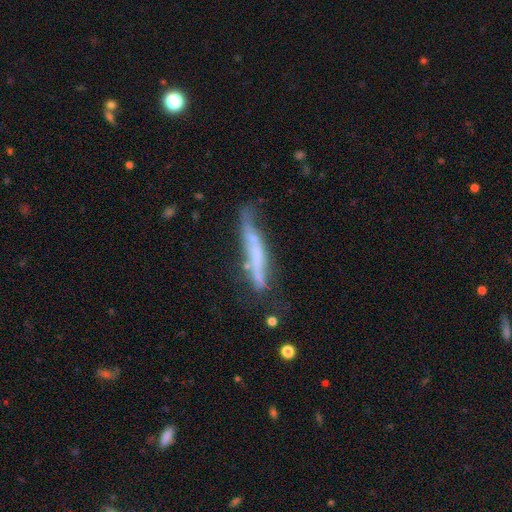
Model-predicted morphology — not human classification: smooth-or-featured: featured or disk: 55% | smooth: 36% | star or artifact: 9%
  disk-edge-on: yes: 75% | no: 25%
  merging: none: 48% | minor disturbance: 28% | major disturbance: 15% | merger: 9%